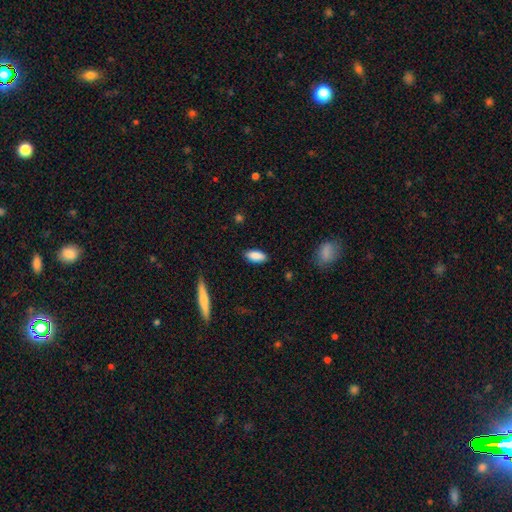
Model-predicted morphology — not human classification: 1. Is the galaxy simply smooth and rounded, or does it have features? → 87% smooth, 7% featured or disk, 6% star or artifact.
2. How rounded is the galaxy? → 83% in between, 15% cigar-shaped, 2% round.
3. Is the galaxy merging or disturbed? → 86% none, 11% minor disturbance, 2% major disturbance, 1% merger.